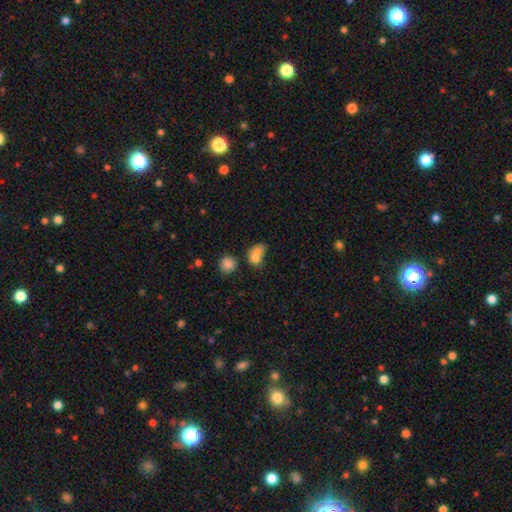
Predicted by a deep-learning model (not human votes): Smooth or featured: smooth — 76% (featured or disk — 12%)
How rounded: in between — 57% (round — 40%)
Merging: merger — 47% (none — 27%)